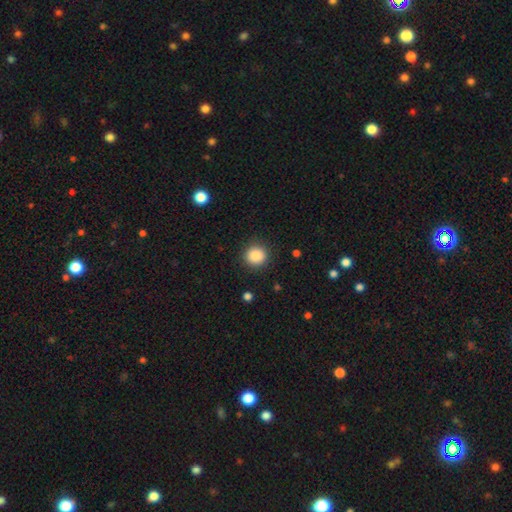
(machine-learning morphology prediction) Smooth or featured? Predicted: smooth (p=0.87). How rounded? Predicted: round (p=0.93). Merging? Predicted: none (p=0.90).